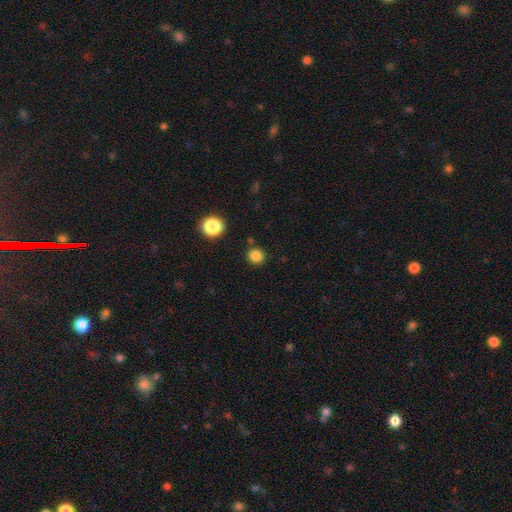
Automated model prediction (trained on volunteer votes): Smooth or featured?
  - smooth: 83% *
  - star or artifact: 14%
  - featured or disk: 4%
How rounded?
  - round: 93% *
  - in between: 6%
  - cigar-shaped: 1%
Merging?
  - none: 87% *
  - minor disturbance: 7%
  - merger: 4%
  - major disturbance: 2%